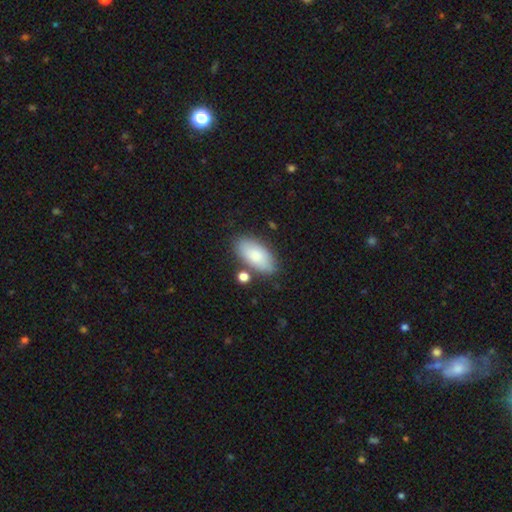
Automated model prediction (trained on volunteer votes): A smooth galaxy with no disk features (81%) that is in between round and cigar-shaped (92%).

Vote fractions:
- Smooth or featured? smooth: 81% / featured or disk: 13% / star or artifact: 6%
- How rounded? in between: 92% / cigar-shaped: 6% / round: 3%
- Merging? none: 74% / minor disturbance: 15% / merger: 7% / major disturbance: 4%